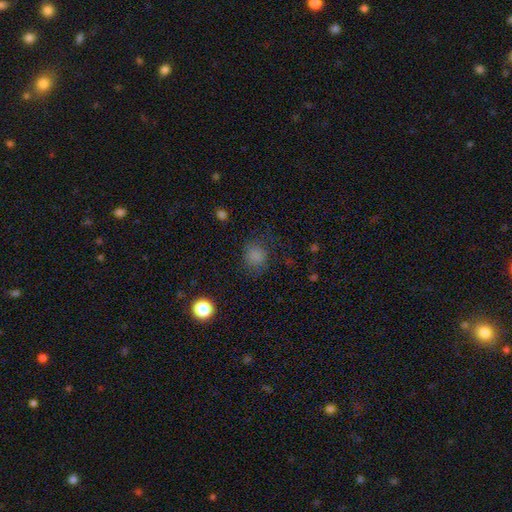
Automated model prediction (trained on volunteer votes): smooth_or_featured: smooth (p=0.79) [alt: star or artifact p=0.15]
how_rounded: round (p=0.80) [alt: in between p=0.19]
merging: none (p=0.74) [alt: minor disturbance p=0.16]